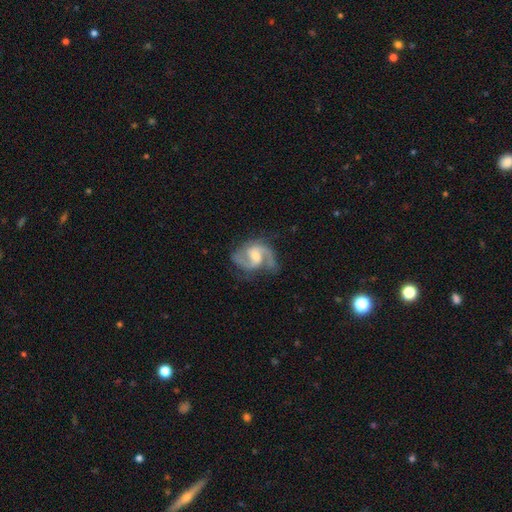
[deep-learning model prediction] Smooth or featured? featured or disk (89%)
Edge-on disk? no (98%)
Bar? weak (52%)
Spiral arms? yes (97%)
Spiral winding? medium (59%)
Spiral arm count? 2 (88%)
Bulge size? moderate (55%)
Merging? none (69%)